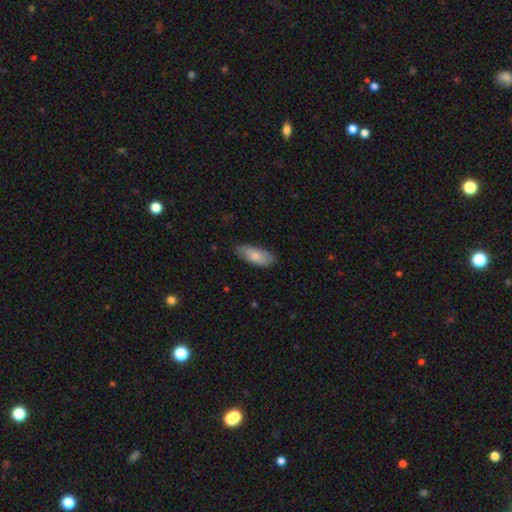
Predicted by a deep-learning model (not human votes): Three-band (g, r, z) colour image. It shows a smooth galaxy with no disk features (79%) that is in between round and cigar-shaped (82%). Merging: none (74%).